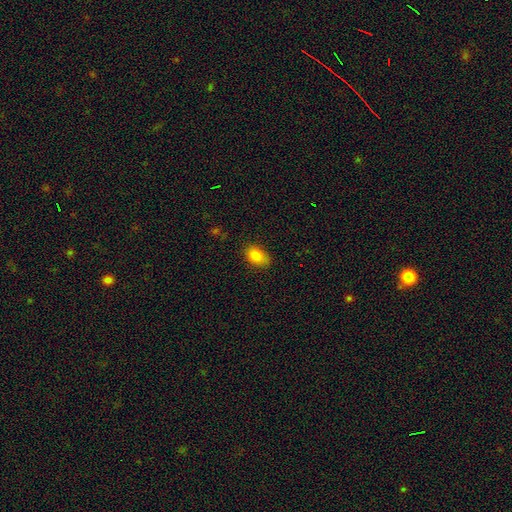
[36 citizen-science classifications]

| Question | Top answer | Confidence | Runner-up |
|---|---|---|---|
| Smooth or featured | smooth | 89% | star or artifact (8%) |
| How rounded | in between | 88% | round (12%) |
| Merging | none | 85% | minor disturbance (12%) |